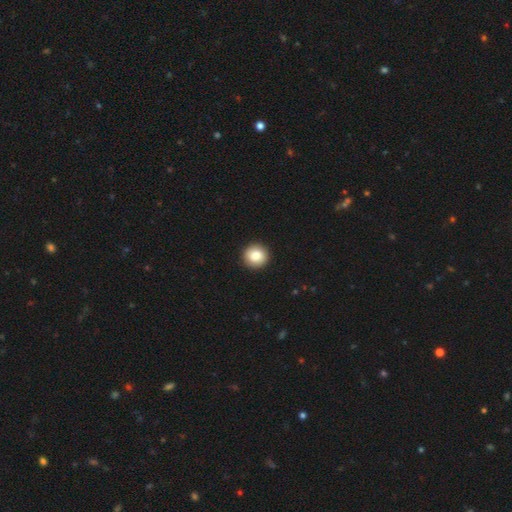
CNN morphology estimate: The model was most divided on "smooth or featured": smooth: 86%, star or artifact: 8%, featured or disk: 6%. More confident: how rounded — round (93%); merging — none (92%).